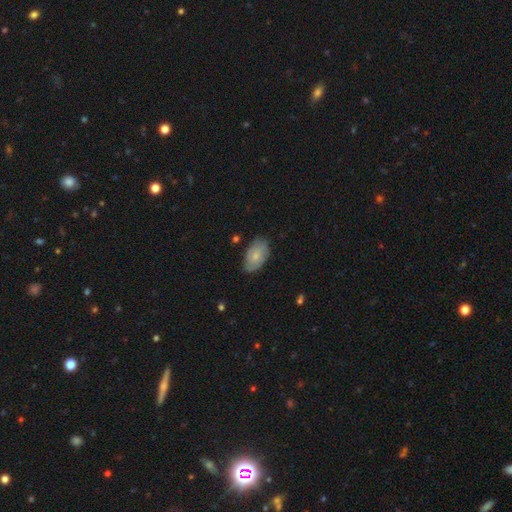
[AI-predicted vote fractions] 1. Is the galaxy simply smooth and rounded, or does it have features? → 63% smooth, 31% featured or disk, 6% star or artifact.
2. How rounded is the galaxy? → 93% in between, 5% round, 2% cigar-shaped.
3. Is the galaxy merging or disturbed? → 73% none, 22% minor disturbance, 4% major disturbance, 1% merger.